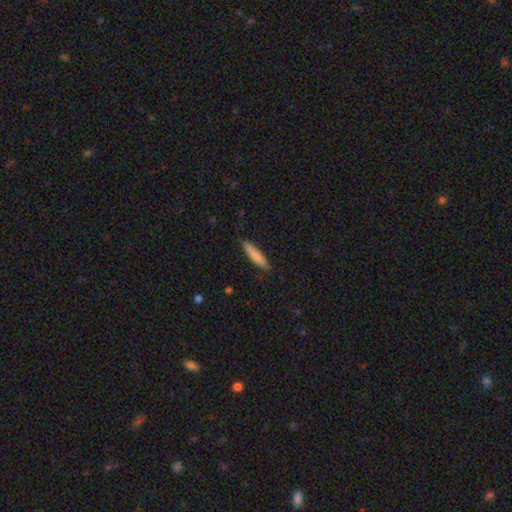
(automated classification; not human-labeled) Smooth or featured? smooth (82%)
How rounded? cigar-shaped (87%)
Merging? none (85%)